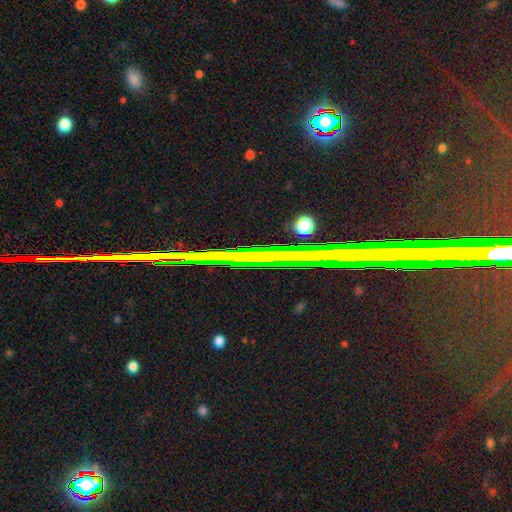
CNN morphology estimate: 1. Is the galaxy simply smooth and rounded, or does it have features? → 72% star or artifact, 18% featured or disk, 10% smooth.